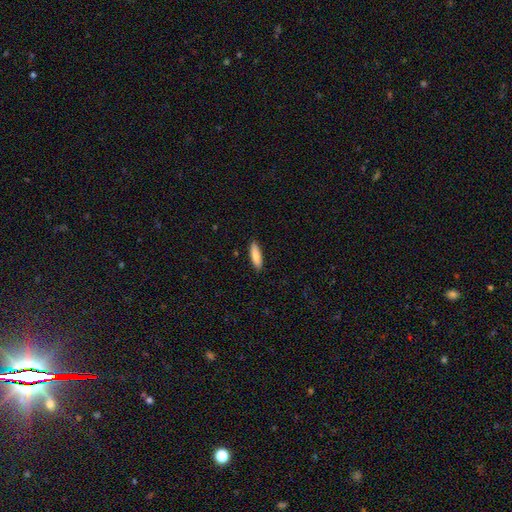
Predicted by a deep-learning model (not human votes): smooth-or-featured: smooth: 85% | featured or disk: 10% | star or artifact: 6%
  how-rounded: cigar-shaped: 57% | in between: 41% | round: 2%
  merging: none: 90% | minor disturbance: 7% | major disturbance: 2% | merger: 1%